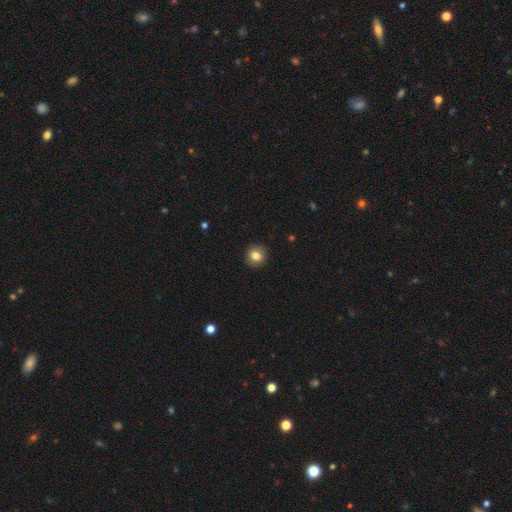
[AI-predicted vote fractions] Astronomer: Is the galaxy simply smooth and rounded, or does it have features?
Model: smooth — 82%.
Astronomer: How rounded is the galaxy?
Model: round — 91%.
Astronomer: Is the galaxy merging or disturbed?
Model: none — 92%.